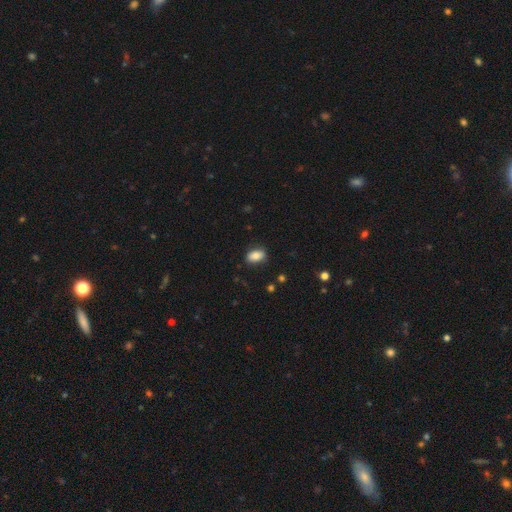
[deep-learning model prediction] A smooth galaxy with no disk features (84%) that is in between round and cigar-shaped (89%). Merging: none (84%).